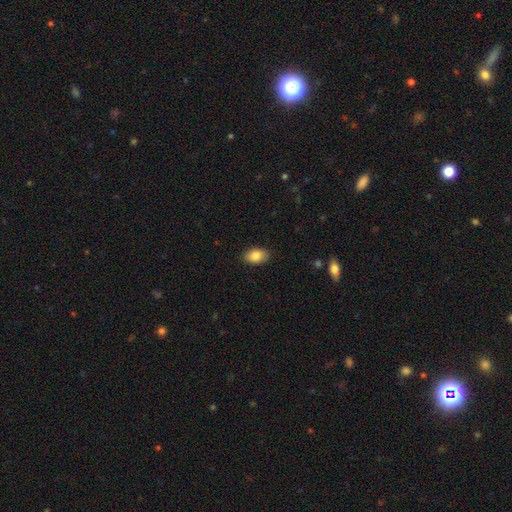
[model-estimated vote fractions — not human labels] smooth-or-featured: smooth: 85% | featured or disk: 8% | star or artifact: 8%
  how-rounded: in between: 90% | round: 9% | cigar-shaped: 1%
  merging: none: 87% | minor disturbance: 10% | major disturbance: 2% | merger: 1%